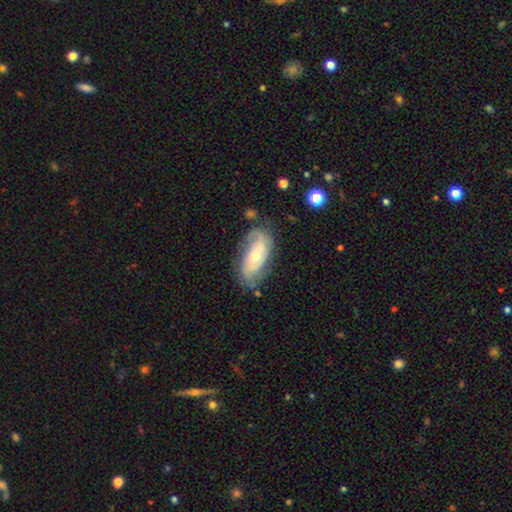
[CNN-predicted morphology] This appears to be a featured or disk galaxy (74%) with no bar (61%), 2 (59%) tight (41%) spiral arms (90%) and a moderate central bulge (50%). Merging: none (65%).